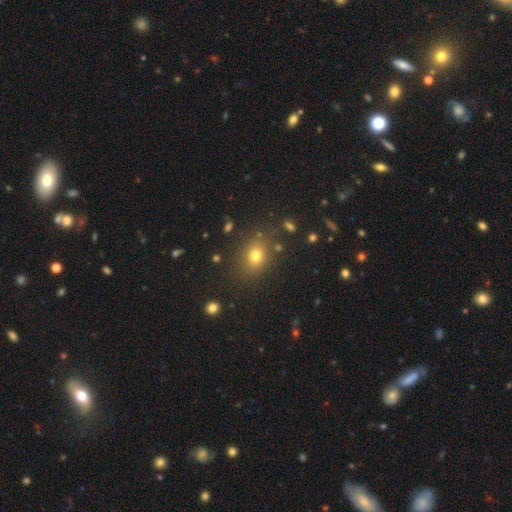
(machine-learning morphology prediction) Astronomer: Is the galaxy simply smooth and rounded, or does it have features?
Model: smooth — 74%.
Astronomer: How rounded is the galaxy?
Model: round — 51% (runner-up: in between, 48%).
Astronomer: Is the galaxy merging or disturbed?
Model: none — 82%.